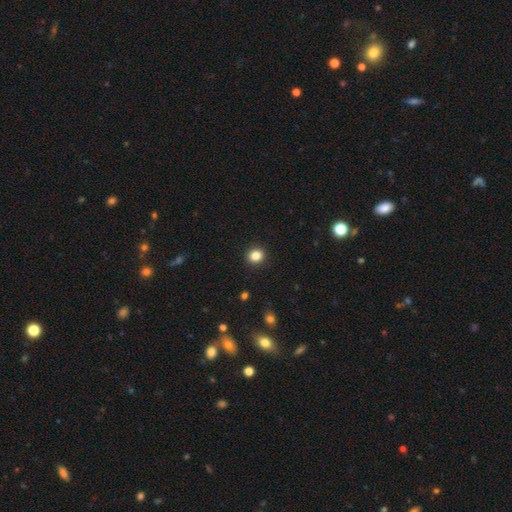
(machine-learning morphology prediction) A smooth galaxy with no disk features (84%) that is round (79%).

Vote fractions:
- Smooth or featured? smooth: 84% / star or artifact: 11% / featured or disk: 4%
- How rounded? round: 79% / in between: 20% / cigar-shaped: 1%
- Merging? none: 92% / minor disturbance: 6% / major disturbance: 2% / merger: 1%